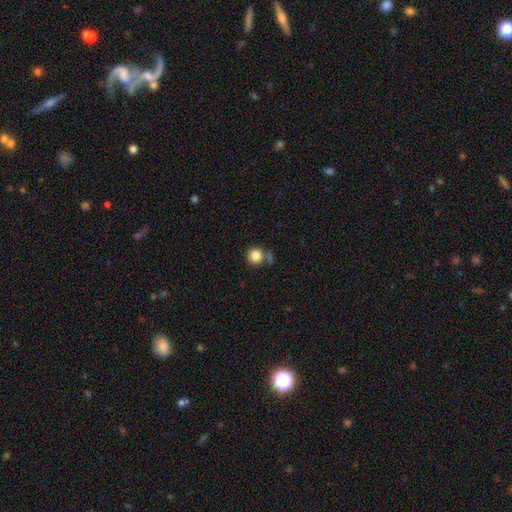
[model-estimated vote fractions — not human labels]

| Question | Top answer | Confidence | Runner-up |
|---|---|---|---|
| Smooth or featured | smooth | 85% | star or artifact (10%) |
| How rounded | round | 93% | in between (6%) |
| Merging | none | 70% | merger (14%) |